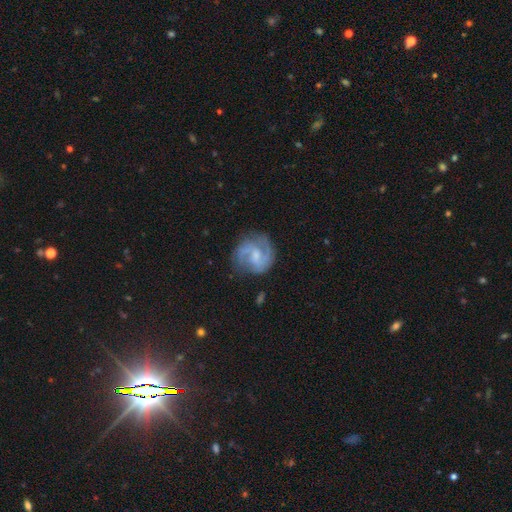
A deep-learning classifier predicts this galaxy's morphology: This is likely a featured or disk galaxy (78%). It is clearly not viewed edge-on (98%). Bar: possibly weak (54%). Spiral arm pattern: clearly yes (92%). Spiral arm count: likely 2 (70%). Spiral winding: possibly medium (50%). Central bulge: marginally small (44%). Merging: likely none (69%).